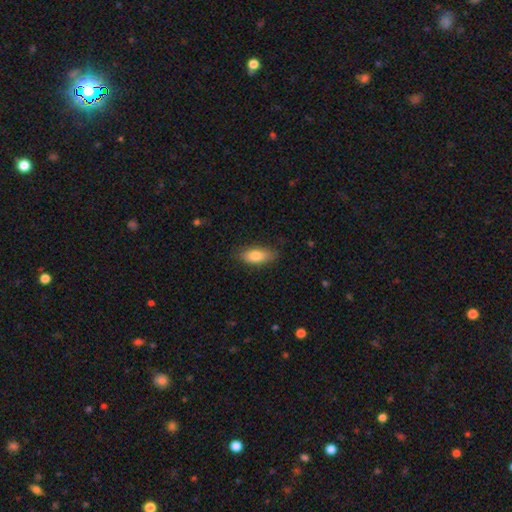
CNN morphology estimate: Smooth or featured? Predicted: smooth (p=0.78). How rounded? Predicted: in between (p=0.78). Merging? Predicted: none (p=0.79).